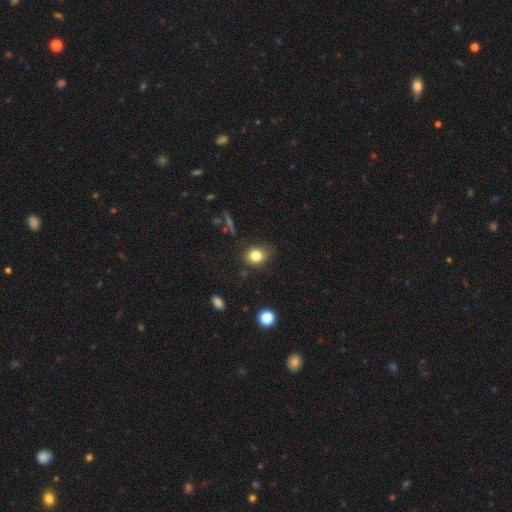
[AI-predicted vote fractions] A smooth galaxy with no disk features (80%) that is round (61%).

Vote fractions:
- Smooth or featured? smooth: 80% / star or artifact: 12% / featured or disk: 8%
- How rounded? round: 61% / in between: 38% / cigar-shaped: 1%
- Merging? none: 78% / minor disturbance: 16% / major disturbance: 4% / merger: 2%